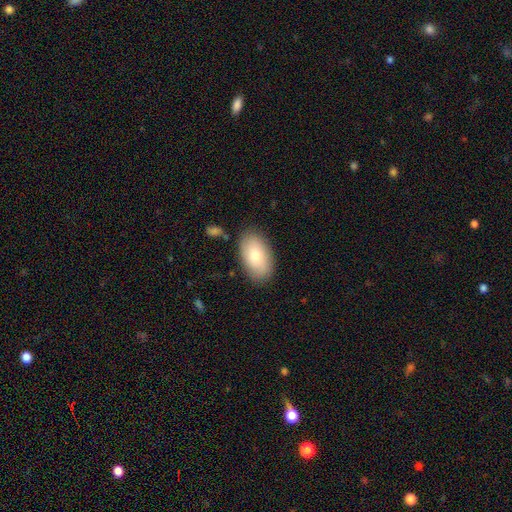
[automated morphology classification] Q: Smooth or featured?
A: smooth (75%); runner-up: featured or disk (18%)
Q: How rounded?
A: in between (94%); runner-up: round (5%)
Q: Merging?
A: none (83%); runner-up: minor disturbance (12%)